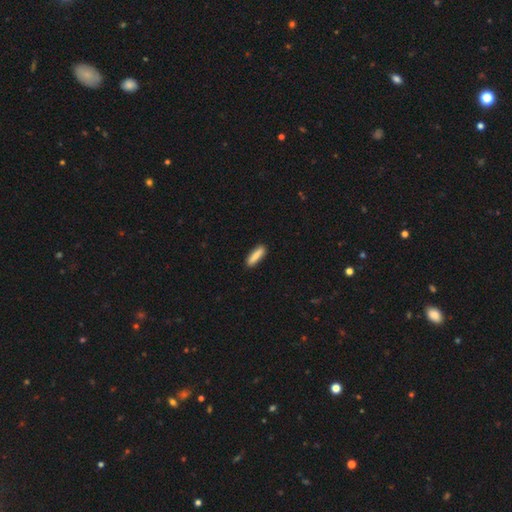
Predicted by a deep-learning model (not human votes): Smooth or featured? smooth (84%)
How rounded? cigar-shaped (67%)
Merging? none (90%)